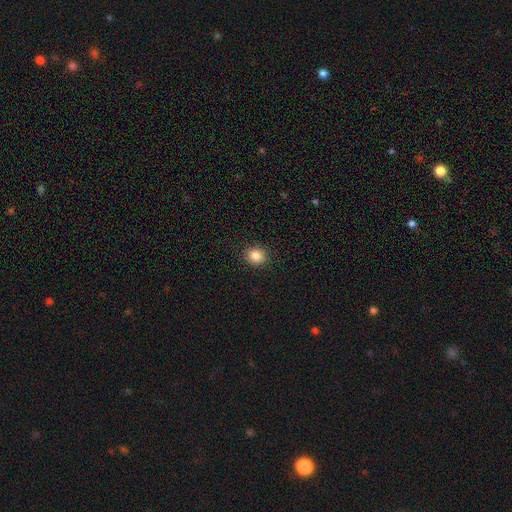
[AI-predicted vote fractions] This is clearly a smooth galaxy (85%). How rounded: likely round (80%). Merging: clearly none (91%).